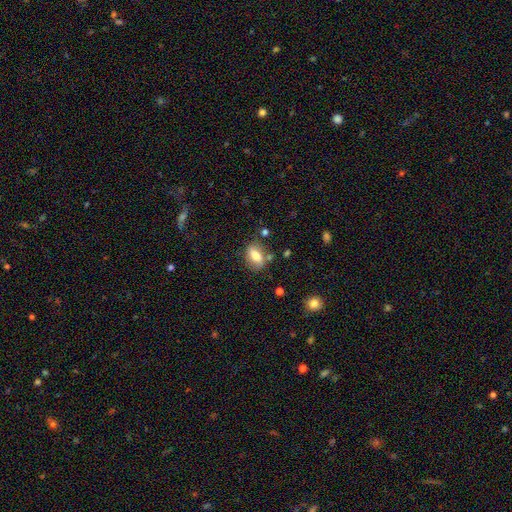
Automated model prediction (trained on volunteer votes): Smooth or featured? Predicted: smooth (p=0.70). How rounded? Predicted: in between (p=0.83). Merging? Predicted: none (p=0.68).